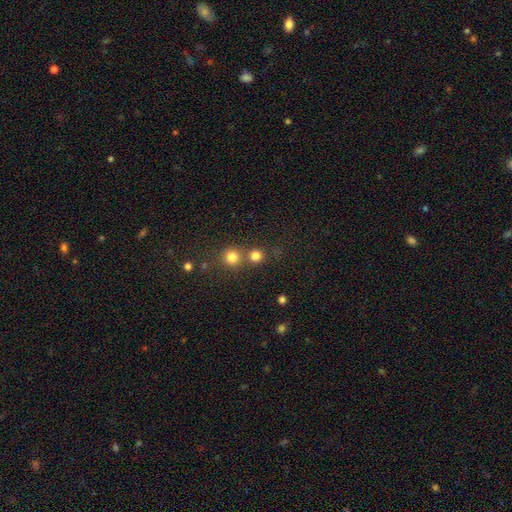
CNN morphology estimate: Overall: smooth (78%). How rounded: round (91%). Merging: none (63%; merger 28%).